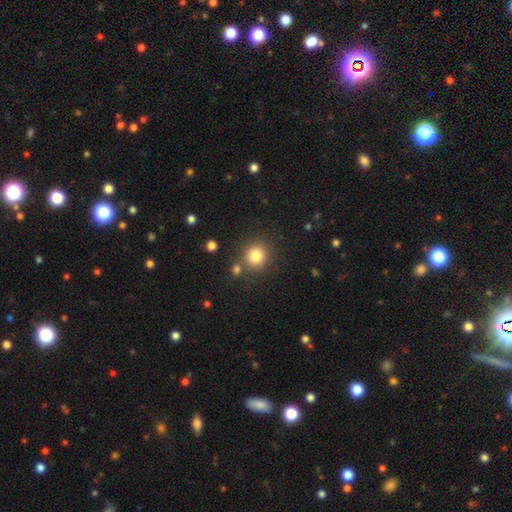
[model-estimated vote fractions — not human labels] Q: Smooth or featured?
A: smooth (81%); runner-up: star or artifact (12%)
Q: How rounded?
A: round (91%); runner-up: in between (8%)
Q: Merging?
A: none (78%); runner-up: merger (10%)